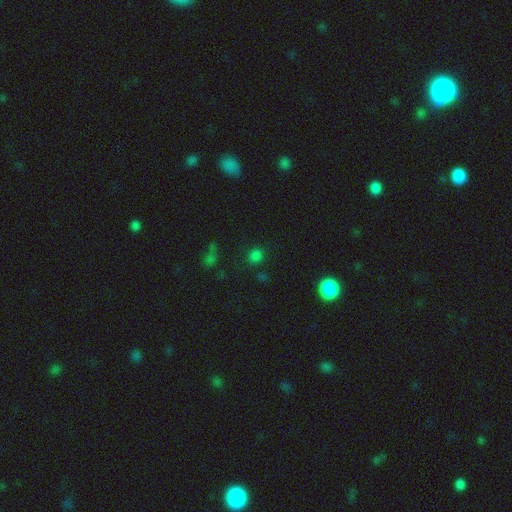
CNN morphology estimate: Smooth or featured: smooth — 72% (star or artifact — 24%)
How rounded: round — 85% (in between — 13%)
Merging: none — 81% (minor disturbance — 10%)